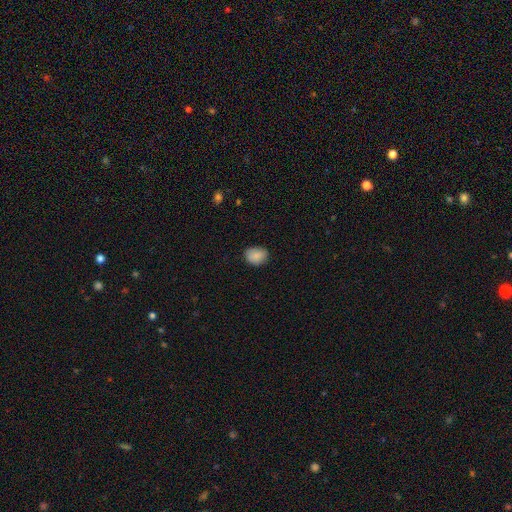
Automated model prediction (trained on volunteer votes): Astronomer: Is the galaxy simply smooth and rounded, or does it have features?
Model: smooth — 87%.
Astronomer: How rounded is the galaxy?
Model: in between — 57% (runner-up: round, 42%).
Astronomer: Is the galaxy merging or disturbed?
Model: none — 81%.